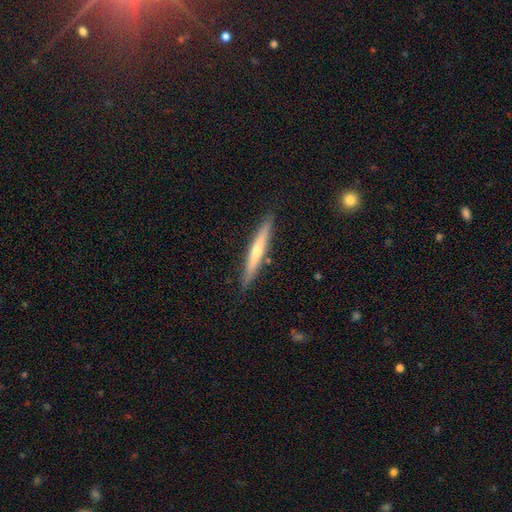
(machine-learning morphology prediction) This is possibly a featured or disk galaxy (57%). It is clearly viewed edge-on (96%). Edge-on bulge: likely rounded (68%). Merging: clearly none (90%).